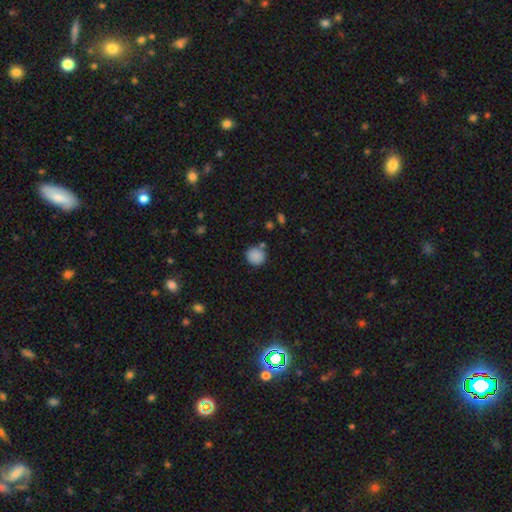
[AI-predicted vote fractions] smooth-or-featured: smooth: 87% | star or artifact: 9% | featured or disk: 4%
  how-rounded: round: 90% | in between: 9% | cigar-shaped: 1%
  merging: none: 79% | minor disturbance: 11% | merger: 7% | major disturbance: 3%